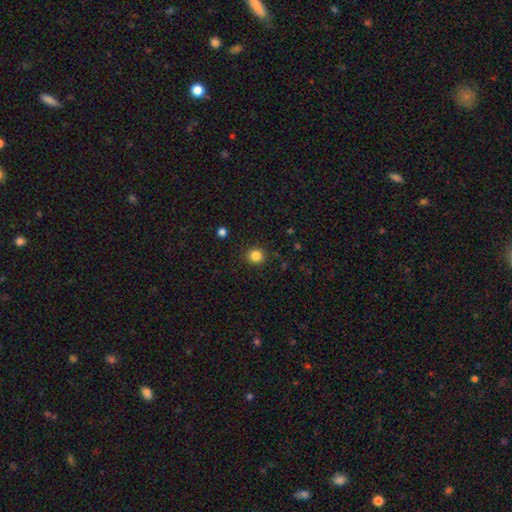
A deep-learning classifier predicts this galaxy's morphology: smooth 83%, star or artifact 12%, featured or disk 5%. Down the decision tree: how rounded — round (89%); merging — none (90%).